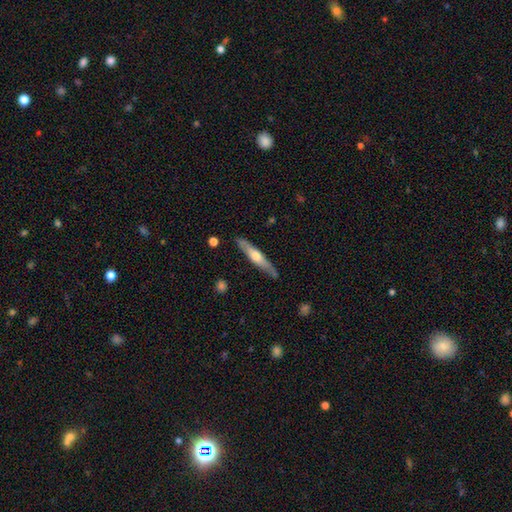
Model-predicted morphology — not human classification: Overall: featured or disk (58%; smooth 37%). Edge-on disk: yes (91%). Edge-on bulge: rounded (82%). Merging: none (83%).